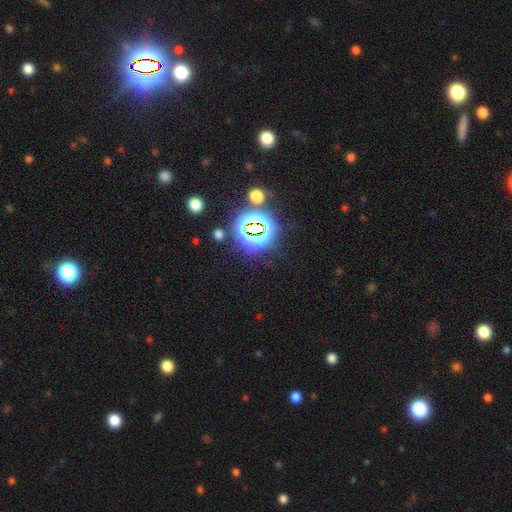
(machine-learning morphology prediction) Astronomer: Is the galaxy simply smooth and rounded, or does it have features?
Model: star or artifact — 84%.